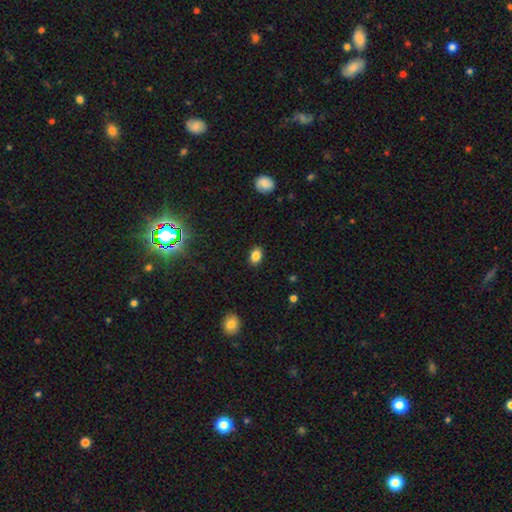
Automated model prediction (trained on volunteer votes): Smooth or featured? smooth (84%)
How rounded? in between (79%)
Merging? none (88%)